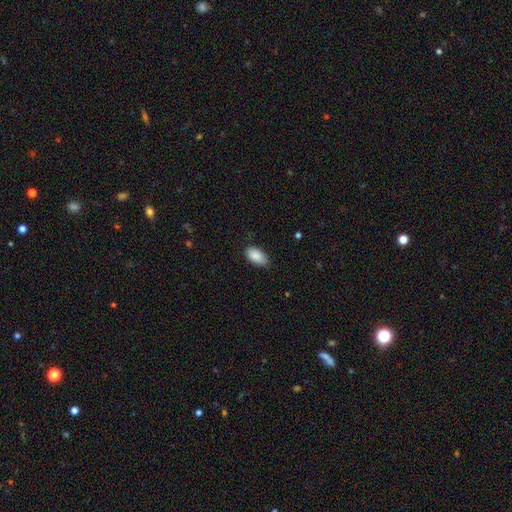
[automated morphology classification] smooth_or_featured: smooth (p=0.89) [alt: star or artifact p=0.07]
how_rounded: in between (p=0.94) [alt: round p=0.04]
merging: none (p=0.73) [alt: minor disturbance p=0.23]